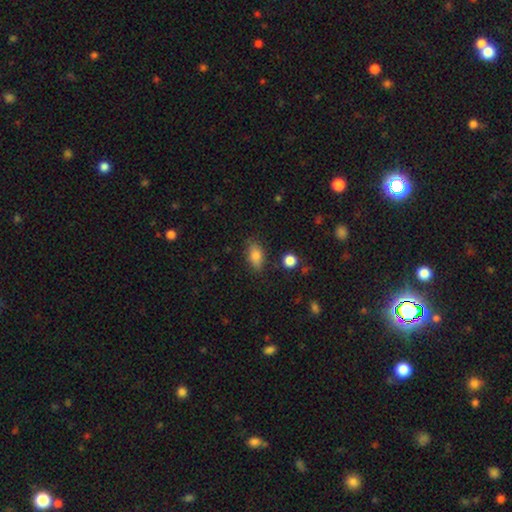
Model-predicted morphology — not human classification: Smooth or featured: smooth — 81% (featured or disk — 10%)
How rounded: in between — 85% (round — 8%)
Merging: none — 78% (minor disturbance — 16%)